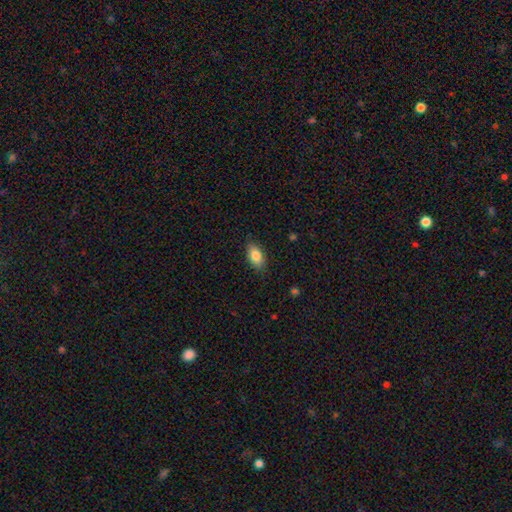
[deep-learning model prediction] Smooth or featured? Predicted: smooth (p=0.84). How rounded? Predicted: in between (p=0.91). Merging? Predicted: none (p=0.85).